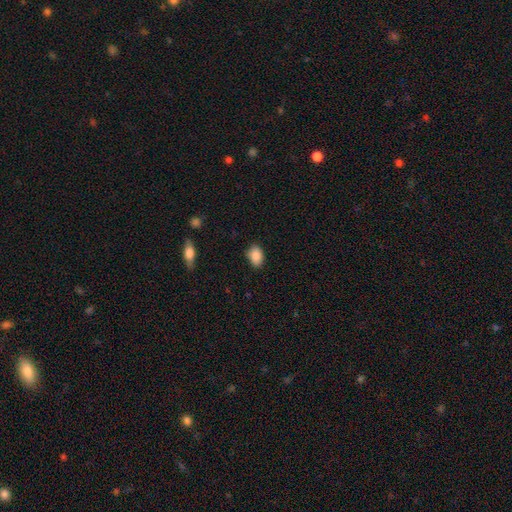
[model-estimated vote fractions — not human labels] smooth_or_featured: smooth (p=0.87) [alt: star or artifact p=0.08]
how_rounded: in between (p=0.83) [alt: round p=0.16]
merging: none (p=0.81) [alt: minor disturbance p=0.15]